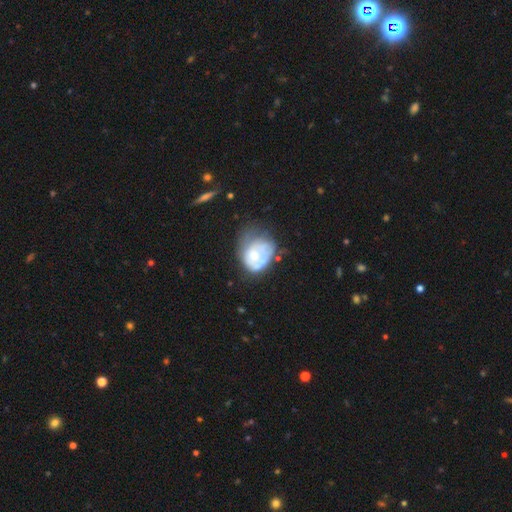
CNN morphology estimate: The model was most divided on "merging" (2-way tie): minor disturbance: 33%, major disturbance: 33%, none: 28%, merger: 6%. Remaining: smooth or featured — featured or disk (47%).